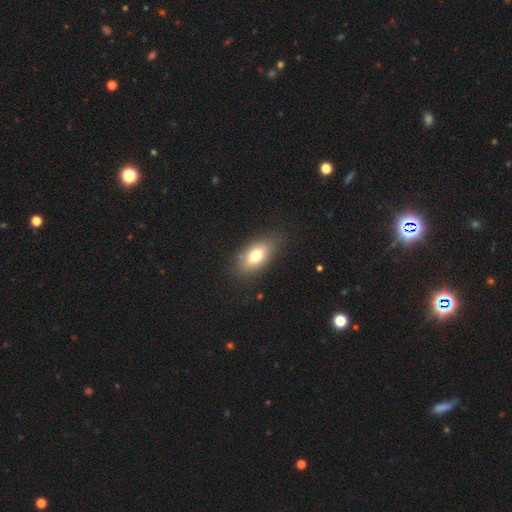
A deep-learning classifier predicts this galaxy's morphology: This appears to be a smooth galaxy with no disk features (74%) that is in between round and cigar-shaped (88%). Merging: none (82%).